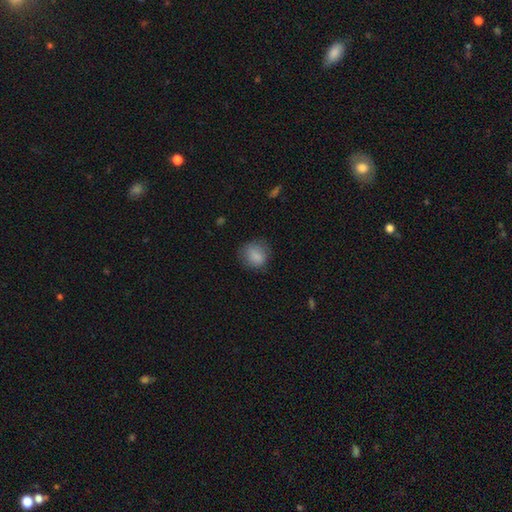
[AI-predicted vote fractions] smooth-or-featured: smooth: 84% | star or artifact: 9% | featured or disk: 7%
  how-rounded: round: 65% | in between: 34% | cigar-shaped: 1%
  merging: none: 74% | minor disturbance: 19% | major disturbance: 6% | merger: 1%